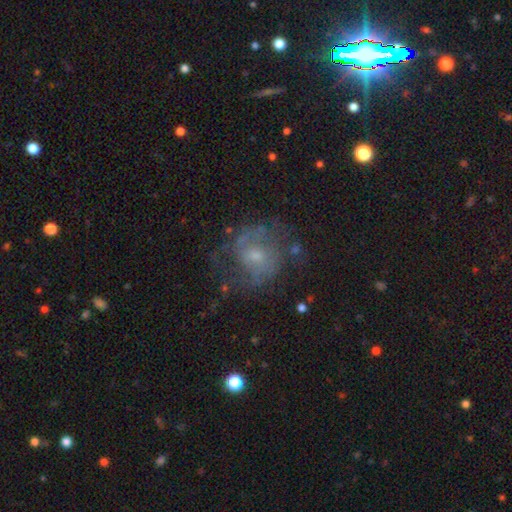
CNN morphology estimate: This appears to be a featured or disk galaxy (61%) with no bar (62%), 2 (49%) medium (45%) spiral arms (87%) and a small central bulge (54%). Merging: none (70%).